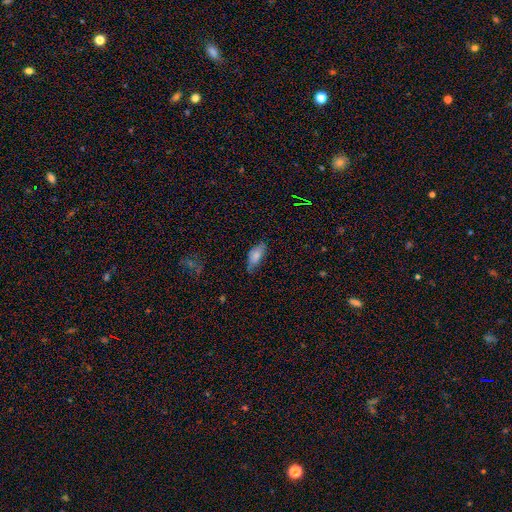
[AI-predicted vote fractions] smooth 78%, featured or disk 14%, star or artifact 8%. Down the decision tree: how rounded — in between (87%); merging — none (60%).